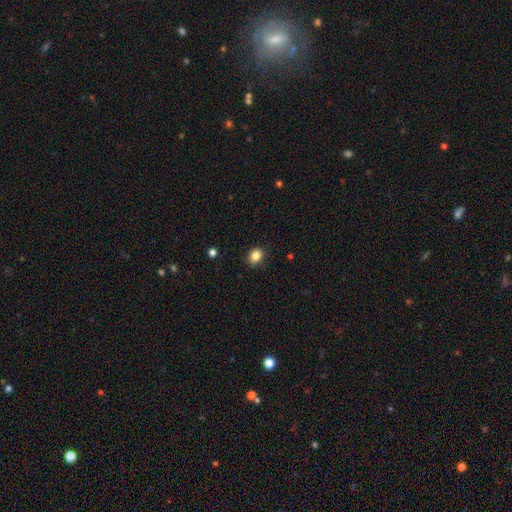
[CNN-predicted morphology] smooth-or-featured: smooth: 84% | star or artifact: 11% | featured or disk: 5%
  how-rounded: round: 66% | in between: 33% | cigar-shaped: 1%
  merging: none: 86% | minor disturbance: 11% | major disturbance: 2% | merger: 1%